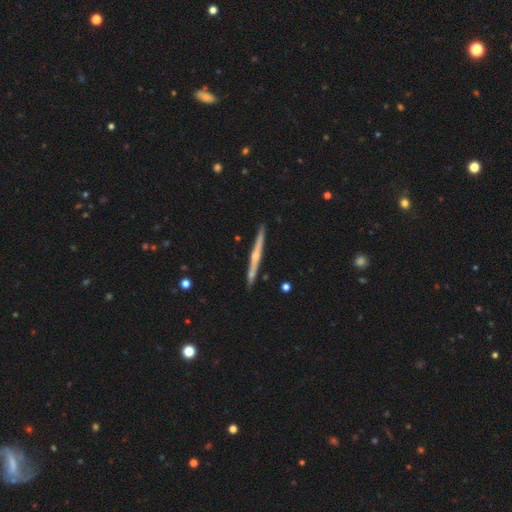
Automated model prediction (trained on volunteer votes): Smooth or featured? featured or disk (77%)
Edge-on disk? yes (98%)
Edge-on bulge? rounded (78%)
Merging? none (90%)